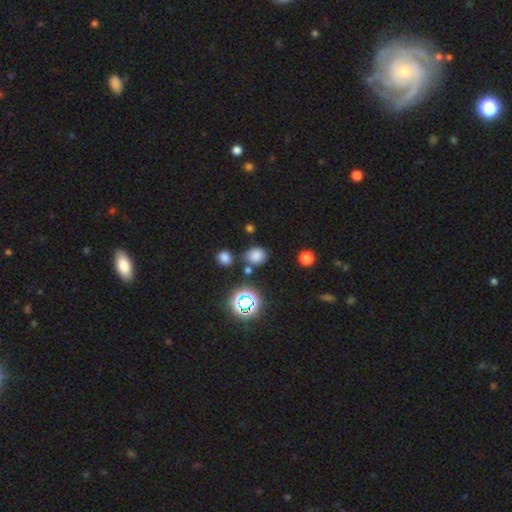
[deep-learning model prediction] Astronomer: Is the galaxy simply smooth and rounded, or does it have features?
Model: smooth — 73%.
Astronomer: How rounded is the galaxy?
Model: round — 65%.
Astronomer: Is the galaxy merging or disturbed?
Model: none — 75%.